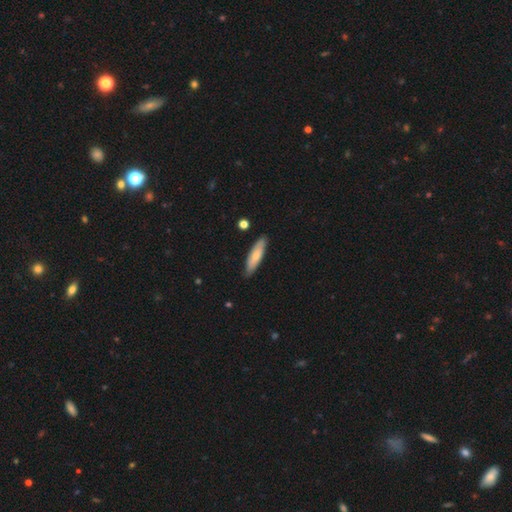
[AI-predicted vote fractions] A smooth galaxy with no disk features (69%) that is cigar-shaped (66%).

Vote fractions:
- Smooth or featured? smooth: 69% / featured or disk: 26% / star or artifact: 5%
- How rounded? cigar-shaped: 66% / in between: 32% / round: 2%
- Merging? none: 85% / minor disturbance: 12% / major disturbance: 2% / merger: 2%